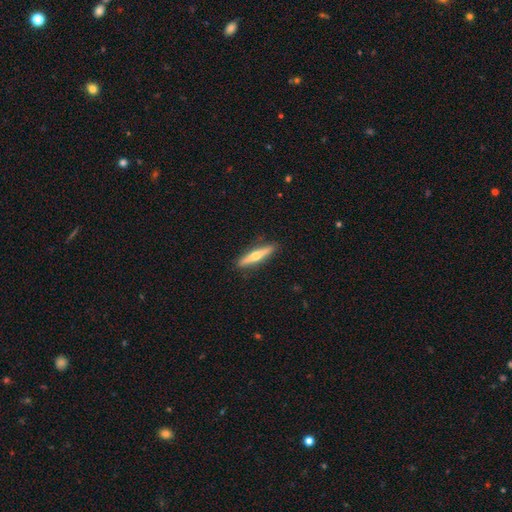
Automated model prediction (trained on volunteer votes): A featured or disk galaxy (54%) viewed edge-on (95%) with a rounded central bulge (91%).

Vote fractions:
- Smooth or featured? featured or disk: 54% / smooth: 41% / star or artifact: 5%
- Edge-on disk? yes: 95% / no: 5%
- Edge-on bulge? rounded: 91% / none: 7% / boxy: 3%
- Merging? none: 90% / minor disturbance: 7% / major disturbance: 2% / merger: 1%